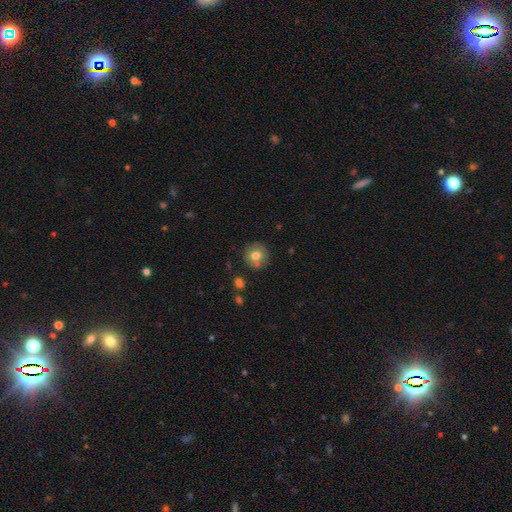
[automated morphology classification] Smooth or featured? Predicted: smooth (p=0.74). How rounded? Predicted: round (p=0.91). Merging? Predicted: none (p=0.79).